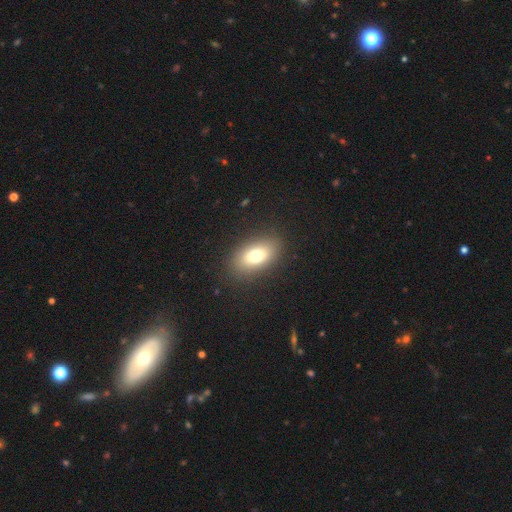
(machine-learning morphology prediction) A smooth galaxy with no disk features (74%) that is in between round and cigar-shaped (86%). Merging: none (88%).